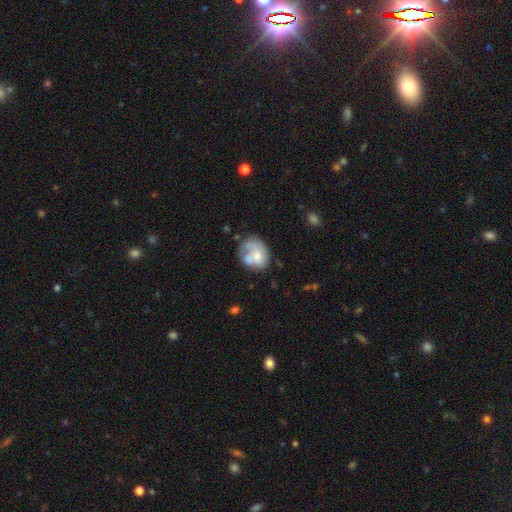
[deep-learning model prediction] Q: Smooth or featured?
A: smooth (55%); runner-up: featured or disk (37%)
Q: How rounded?
A: round (53%); runner-up: in between (46%)
Q: Merging?
A: none (36%); runner-up: minor disturbance (25%)